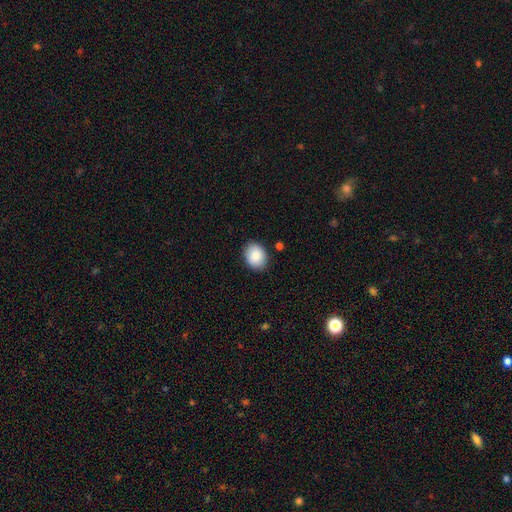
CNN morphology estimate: Q: Smooth or featured?
A: smooth (86%); runner-up: star or artifact (7%)
Q: How rounded?
A: in between (58%); runner-up: round (41%)
Q: Merging?
A: none (87%); runner-up: minor disturbance (9%)